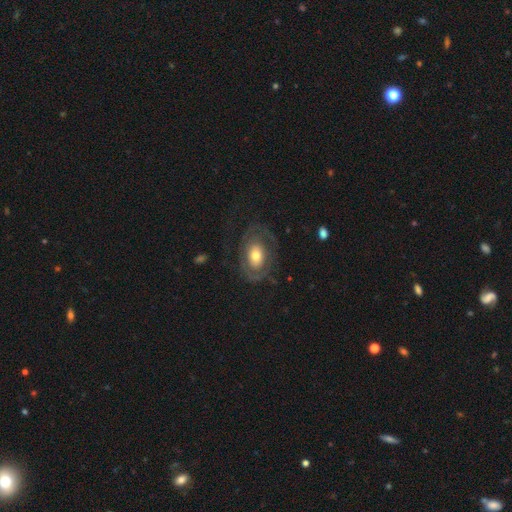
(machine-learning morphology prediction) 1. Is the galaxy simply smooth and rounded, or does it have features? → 62% featured or disk, 31% smooth, 7% star or artifact.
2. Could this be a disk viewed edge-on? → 95% no, 5% yes.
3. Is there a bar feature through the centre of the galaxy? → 79% no, 16% weak, 5% strong.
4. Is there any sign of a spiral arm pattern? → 62% yes, 38% no.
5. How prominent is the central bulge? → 62% moderate, 18% small, 16% large, 2% dominant, 1% none.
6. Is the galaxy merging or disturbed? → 64% none, 18% major disturbance, 17% minor disturbance, 2% merger.